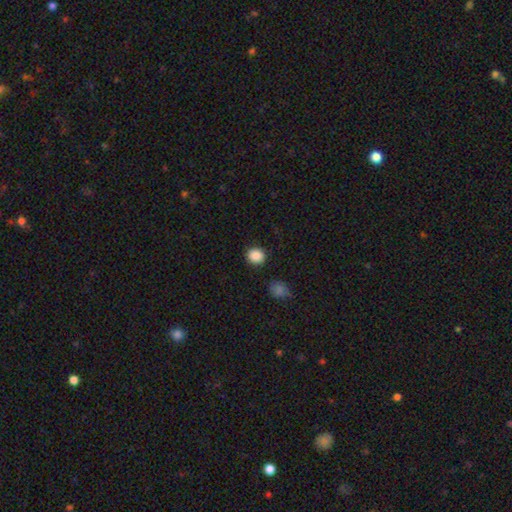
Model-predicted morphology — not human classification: Q: Smooth or featured?
A: smooth (88%); runner-up: star or artifact (9%)
Q: How rounded?
A: round (85%); runner-up: in between (14%)
Q: Merging?
A: none (89%); runner-up: minor disturbance (7%)